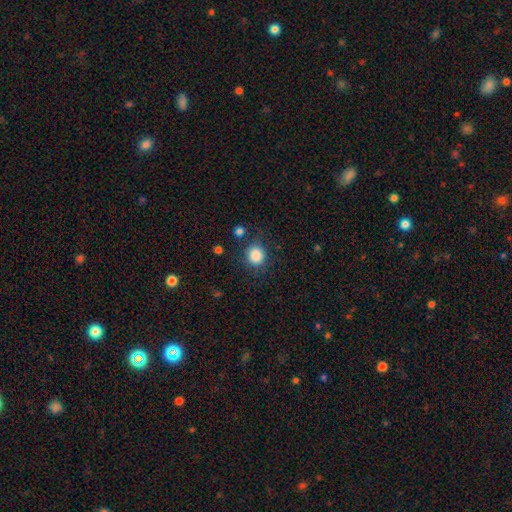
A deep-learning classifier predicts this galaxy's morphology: smooth 86%, star or artifact 10%, featured or disk 4%. Down the decision tree: how rounded — round (83%); merging — none (77%).